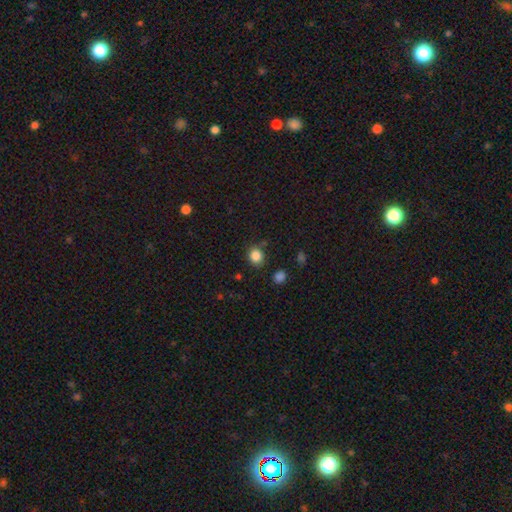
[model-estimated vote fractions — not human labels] This is clearly a smooth galaxy (85%). How rounded: likely round (73%). Merging: clearly none (81%).